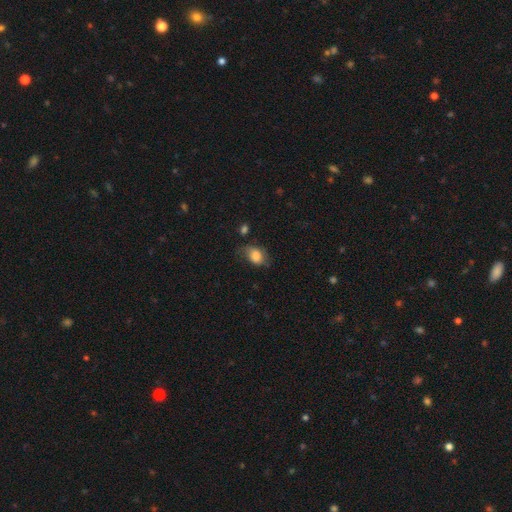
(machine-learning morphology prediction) A smooth galaxy with no disk features (75%) that is in between round and cigar-shaped (72%). Merging: none (49%).